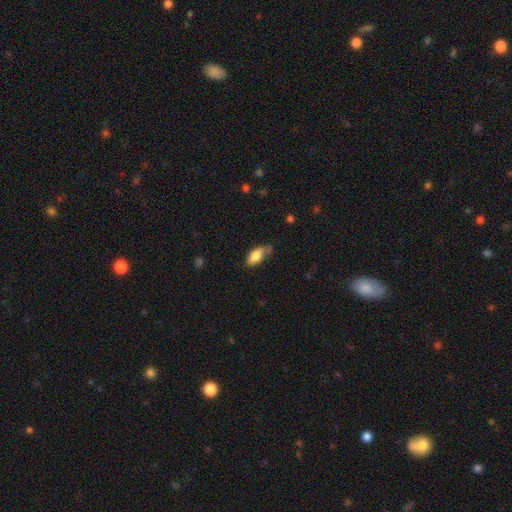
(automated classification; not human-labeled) This is likely a smooth galaxy (75%). How rounded: clearly in between (85%). Merging: possibly none (50%).